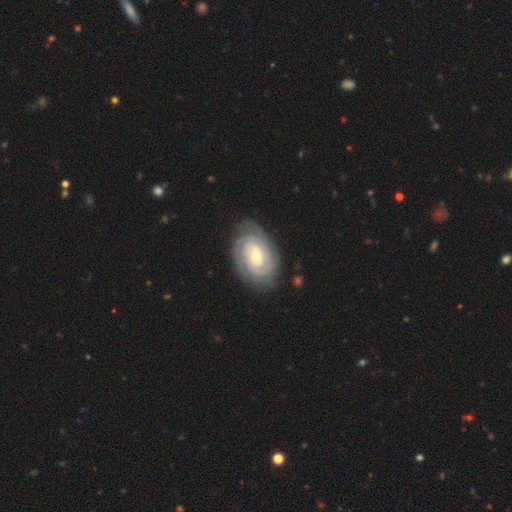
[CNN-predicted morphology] Smooth or featured? featured or disk (86%)
Edge-on disk? no (97%)
Bar? no (45%)
Spiral arms? yes (97%)
Spiral winding? tight (79%)
Spiral arm count? 2 (43%)
Bulge size? small (57%)
Merging? none (81%)